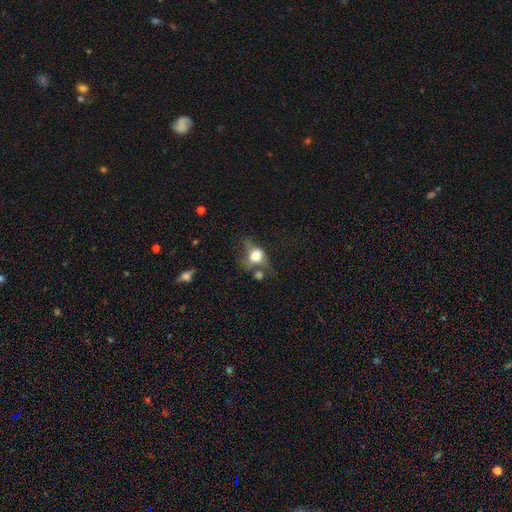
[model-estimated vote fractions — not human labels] A smooth galaxy with no disk features (60%) that is round (57%).

Vote fractions:
- Smooth or featured? smooth: 60% / featured or disk: 28% / star or artifact: 12%
- How rounded? round: 57% / in between: 40% / cigar-shaped: 3%
- Merging? none: 37% / major disturbance: 26% / minor disturbance: 23% / merger: 15%